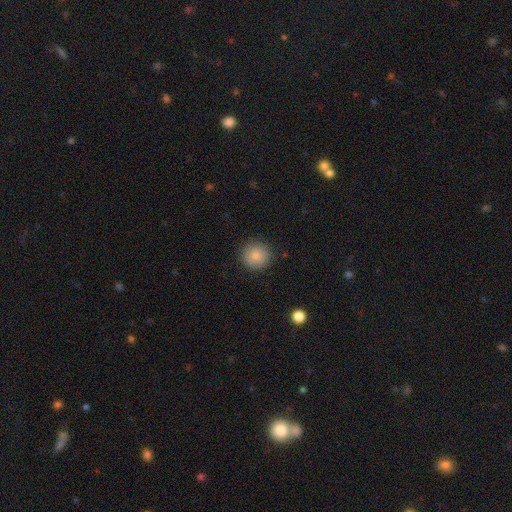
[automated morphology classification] A smooth galaxy with no disk features (86%) that is round (95%).

Vote fractions:
- Smooth or featured? smooth: 86% / star or artifact: 9% / featured or disk: 5%
- How rounded? round: 95% / in between: 4% / cigar-shaped: 1%
- Merging? none: 90% / minor disturbance: 7% / major disturbance: 2% / merger: 1%